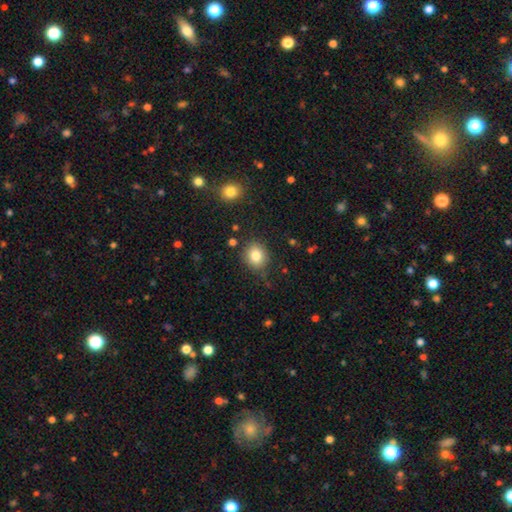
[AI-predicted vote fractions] smooth-or-featured: smooth: 82% | star or artifact: 10% | featured or disk: 7%
  how-rounded: round: 74% | in between: 25% | cigar-shaped: 1%
  merging: none: 83% | minor disturbance: 11% | major disturbance: 3% | merger: 2%